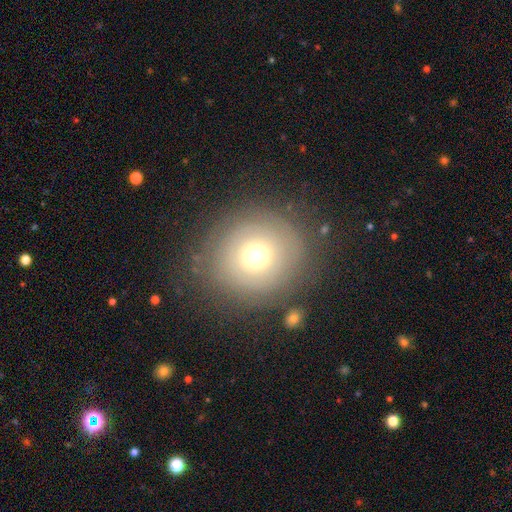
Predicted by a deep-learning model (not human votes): A smooth galaxy with no disk features (60%) that is round (85%).

Vote fractions:
- Smooth or featured? smooth: 60% / featured or disk: 27% / star or artifact: 13%
- How rounded? round: 85% / in between: 14% / cigar-shaped: 1%
- Merging? none: 81% / minor disturbance: 11% / major disturbance: 6% / merger: 2%